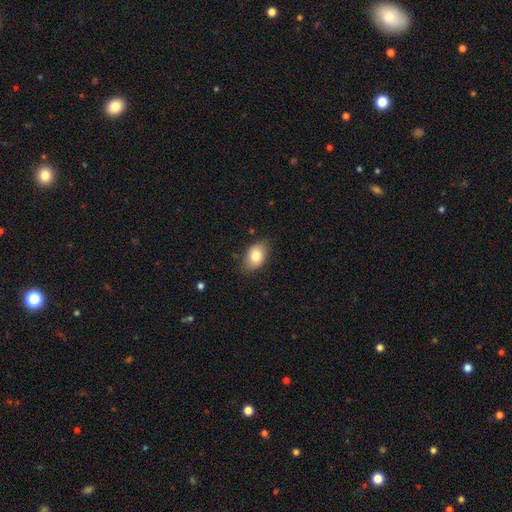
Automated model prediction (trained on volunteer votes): This is clearly a smooth galaxy (82%). How rounded: clearly in between (86%). Merging: likely none (78%).